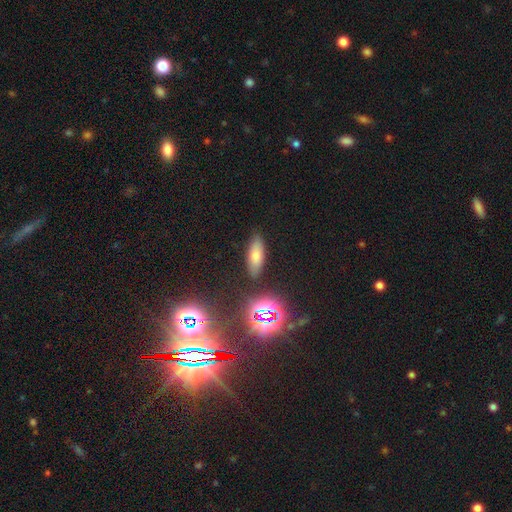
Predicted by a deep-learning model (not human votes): Smooth or featured: smooth — 58% (star or artifact — 26%)
How rounded: in between — 66% (cigar-shaped — 29%)
Merging: none — 87% (minor disturbance — 8%)